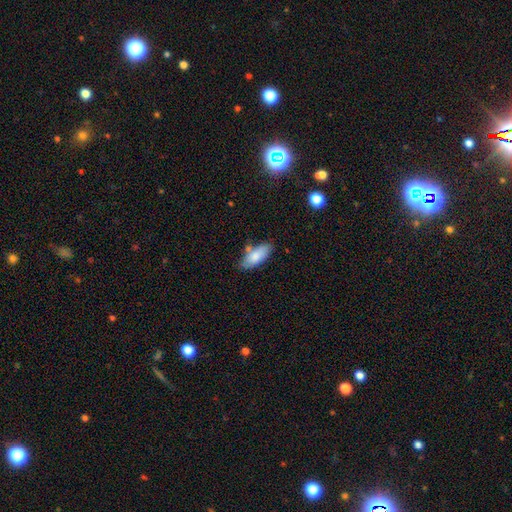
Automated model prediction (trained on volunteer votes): The model was most divided on "merging": none: 65%, minor disturbance: 22%, merger: 9%, major disturbance: 5%. More confident: how rounded — in between (82%); smooth or featured — smooth (81%).